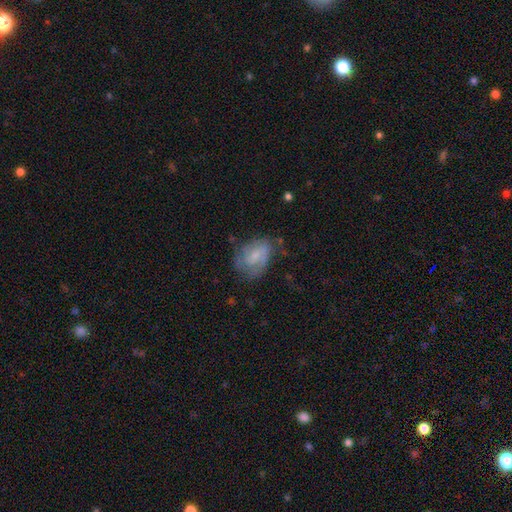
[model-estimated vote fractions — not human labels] A featured or disk galaxy (51%).

Vote fractions:
- Smooth or featured? featured or disk: 51% / smooth: 42% / star or artifact: 8%
- Edge-on disk? no: 96% / yes: 4%
- Merging? none: 51% / minor disturbance: 30% / major disturbance: 16% / merger: 3%